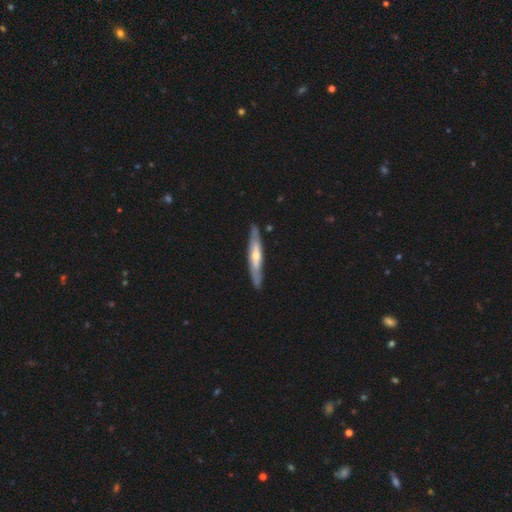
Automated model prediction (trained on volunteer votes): This is likely a featured or disk galaxy (63%). It is likely viewed edge-on (76%). Merging: clearly none (85%).